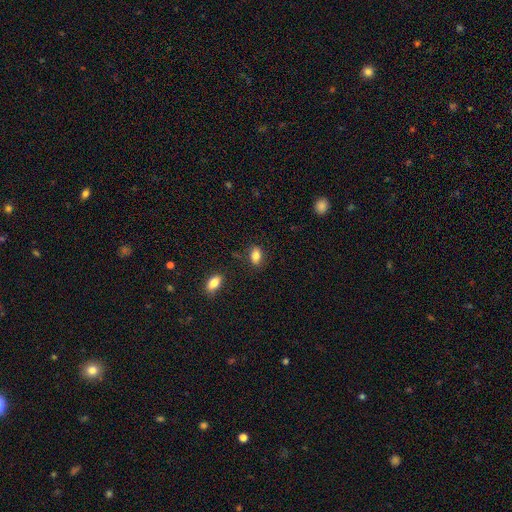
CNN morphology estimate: This is clearly a smooth galaxy (84%). How rounded: clearly in between (84%). Merging: clearly none (82%).